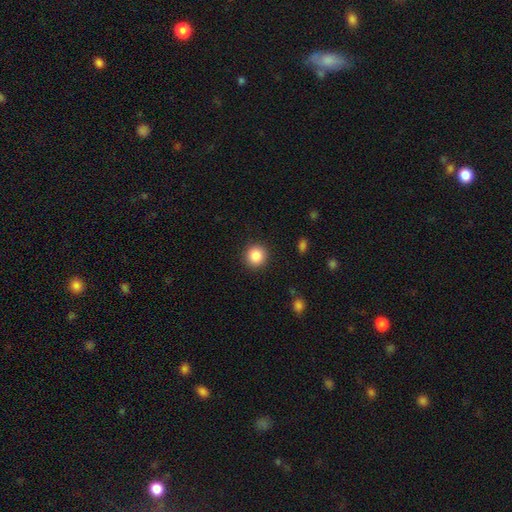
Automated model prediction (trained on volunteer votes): smooth 87%, star or artifact 9%, featured or disk 4%. Down the decision tree: how rounded — round (93%); merging — none (91%).